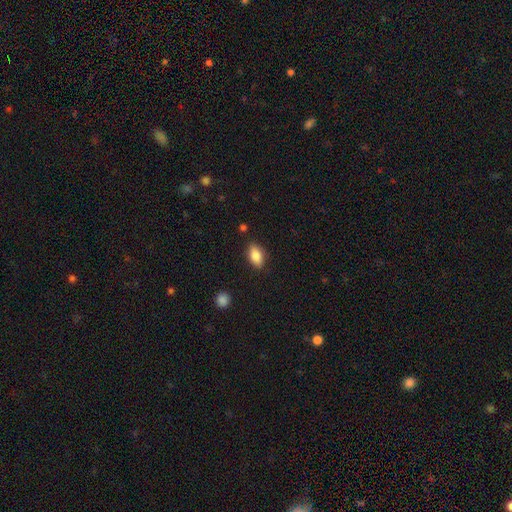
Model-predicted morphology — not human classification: The model was most divided on "merging": none: 85%, minor disturbance: 11%, major disturbance: 3%, merger: 2%. More confident: how rounded — in between (89%); smooth or featured — smooth (85%).